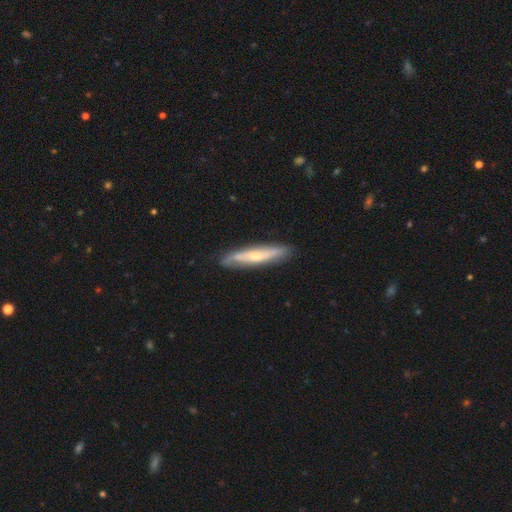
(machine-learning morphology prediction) featured or disk 54%, smooth 41%, star or artifact 5%. Down the decision tree: edge-on disk — yes (71%); merging — none (84%).